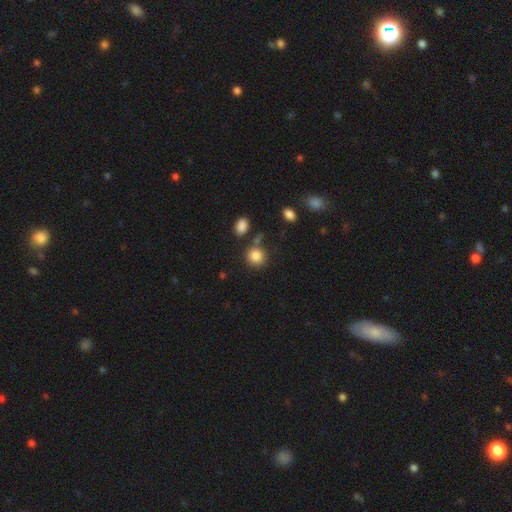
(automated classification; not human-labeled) smooth-or-featured: smooth: 85% | star or artifact: 10% | featured or disk: 5%
  how-rounded: round: 85% | in between: 14% | cigar-shaped: 1%
  merging: none: 74% | merger: 11% | minor disturbance: 11% | major disturbance: 4%